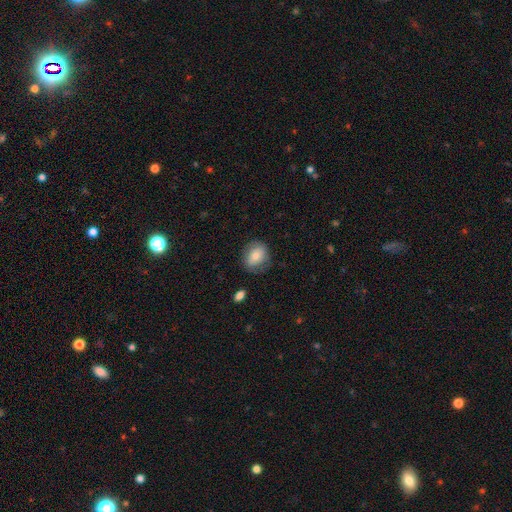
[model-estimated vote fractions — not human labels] smooth-or-featured: smooth: 71% | featured or disk: 21% | star or artifact: 8%
  how-rounded: round: 52% | in between: 47% | cigar-shaped: 1%
  merging: none: 72% | minor disturbance: 19% | major disturbance: 7% | merger: 2%